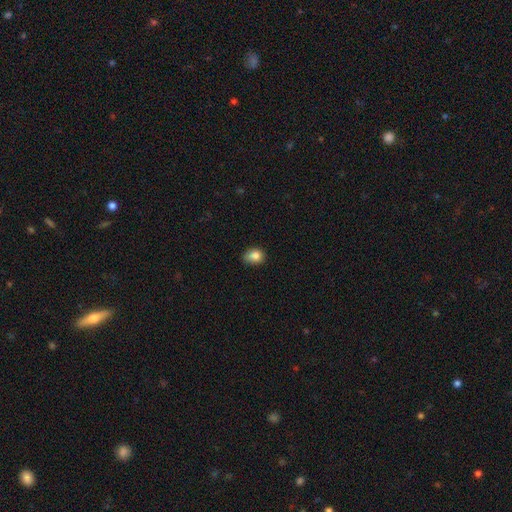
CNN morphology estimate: Overall: smooth (84%). How rounded: in between (59%; round 40%). Merging: none (65%; minor disturbance 28%).